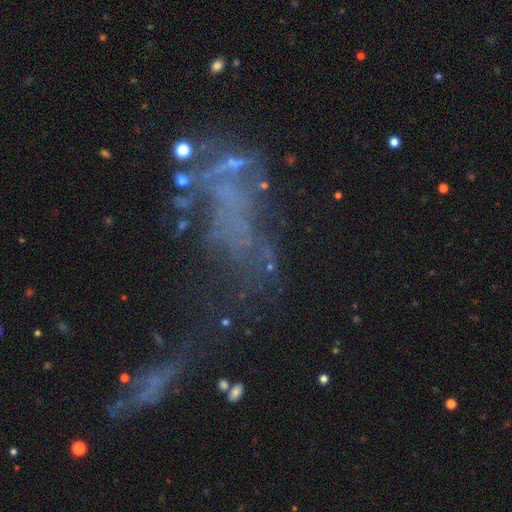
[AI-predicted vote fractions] Smooth or featured: featured or disk — 49% (star or artifact — 28%)
Merging: major disturbance — 41% (merger — 24%)